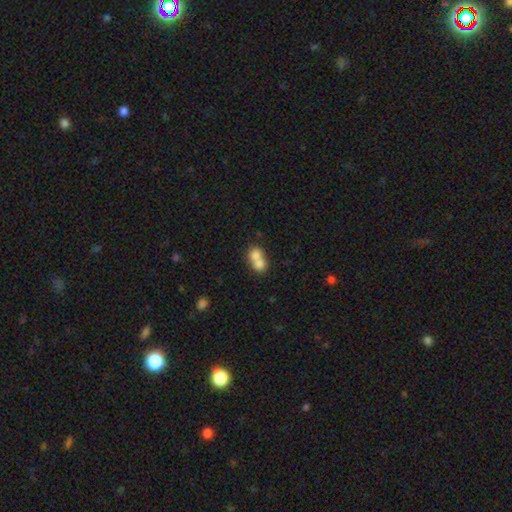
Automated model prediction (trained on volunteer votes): Morphology: type=smooth (73%); roundness=round (63%); merging=merger (73%).